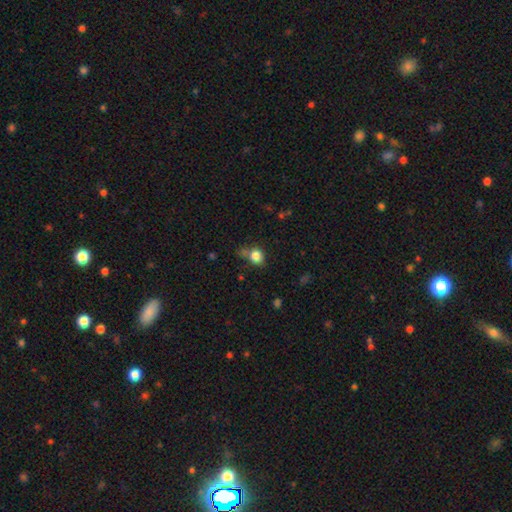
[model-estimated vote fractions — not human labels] Smooth or featured?
  - smooth: 83% *
  - star or artifact: 11%
  - featured or disk: 6%
How rounded?
  - round: 70% *
  - in between: 29%
  - cigar-shaped: 1%
Merging?
  - none: 60% *
  - minor disturbance: 19%
  - merger: 13%
  - major disturbance: 7%